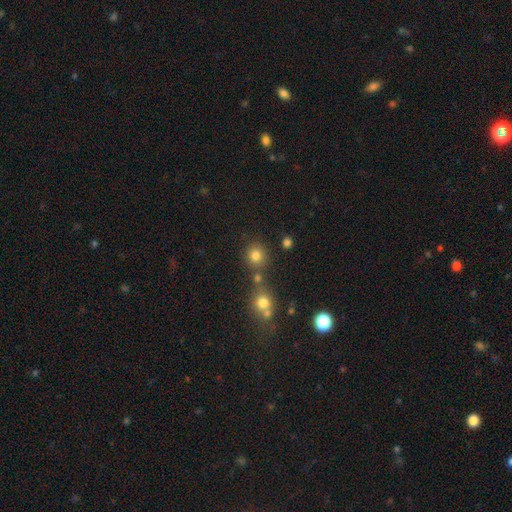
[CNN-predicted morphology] This appears to be a smooth galaxy with no disk features (78%) that is round (89%). Merging: none (73%).